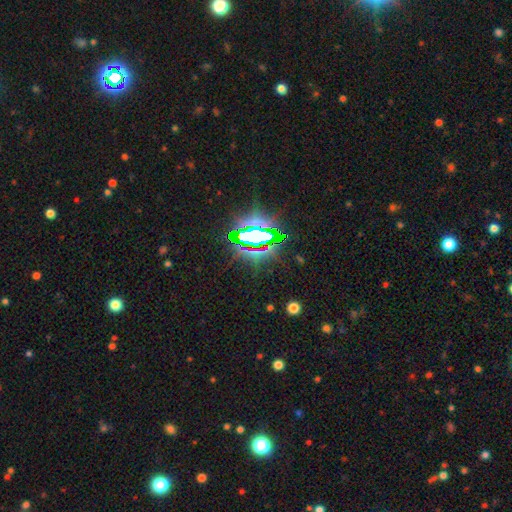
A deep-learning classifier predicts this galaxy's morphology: smooth_or_featured: star or artifact (p=0.77) [alt: smooth p=0.12]